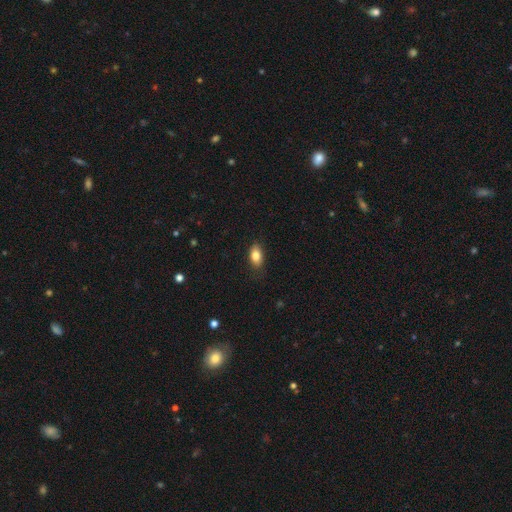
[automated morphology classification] smooth-or-featured: smooth: 83% | featured or disk: 10% | star or artifact: 8%
  how-rounded: in between: 89% | round: 8% | cigar-shaped: 4%
  merging: none: 82% | minor disturbance: 14% | major disturbance: 3% | merger: 1%